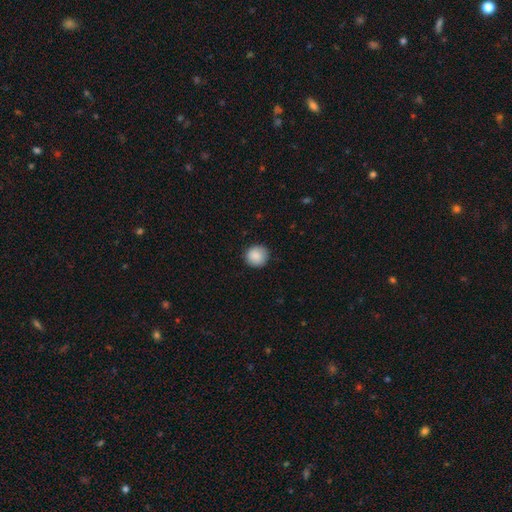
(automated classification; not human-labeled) Smooth or featured? Predicted: smooth (p=0.88). How rounded? Predicted: round (p=0.91). Merging? Predicted: none (p=0.87).